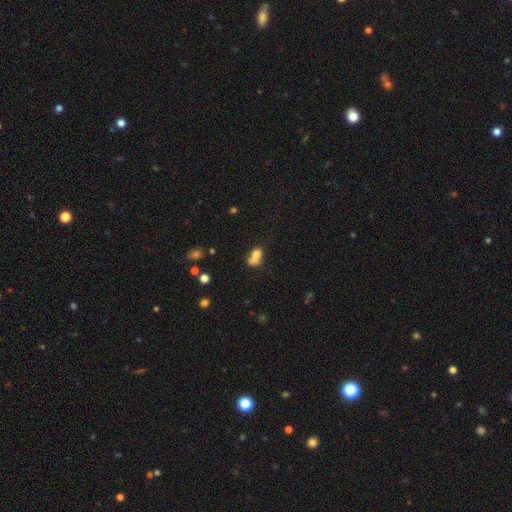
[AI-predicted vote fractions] Smooth or featured? smooth (69%)
How rounded? in between (59%)
Merging? merger (57%)